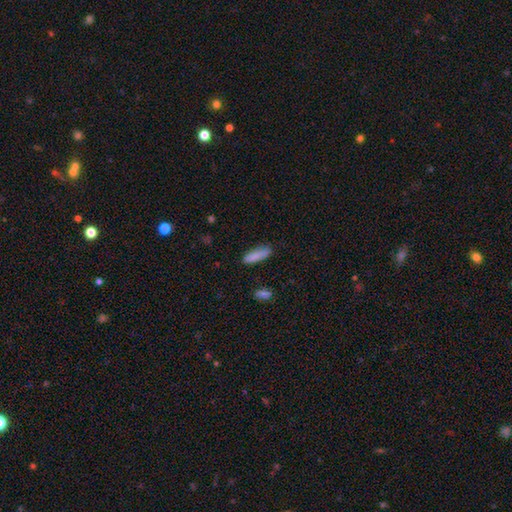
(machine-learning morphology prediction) Overall: smooth (86%). How rounded: cigar-shaped (53%; in between 45%). Merging: none (82%).